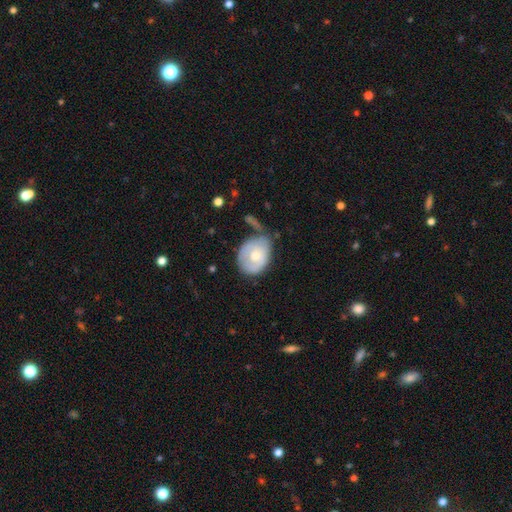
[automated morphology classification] smooth 58%, featured or disk 36%, star or artifact 6%. Down the decision tree: how rounded — in between (58%); merging — none (44%).